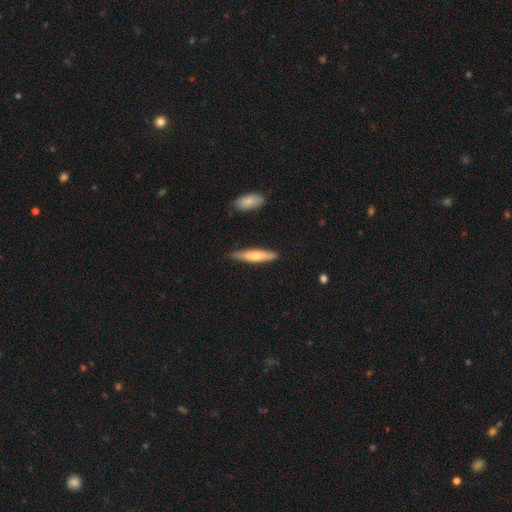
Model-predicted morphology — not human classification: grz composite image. It shows a smooth galaxy with no disk features (64%) that is cigar-shaped (82%). Merging: none (82%).